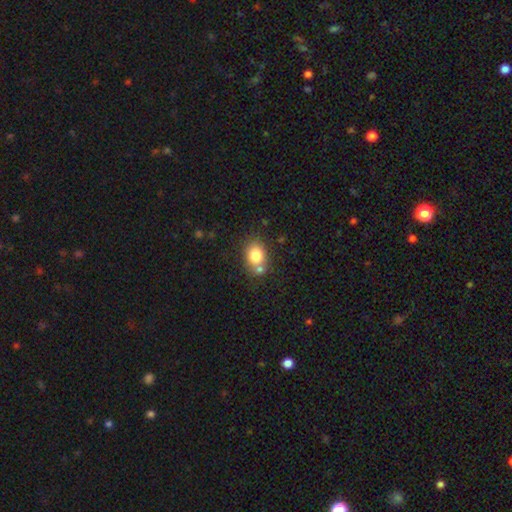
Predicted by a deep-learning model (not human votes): smooth 79%, featured or disk 11%, star or artifact 10%. Down the decision tree: how rounded — round (52%); merging — none (58%).